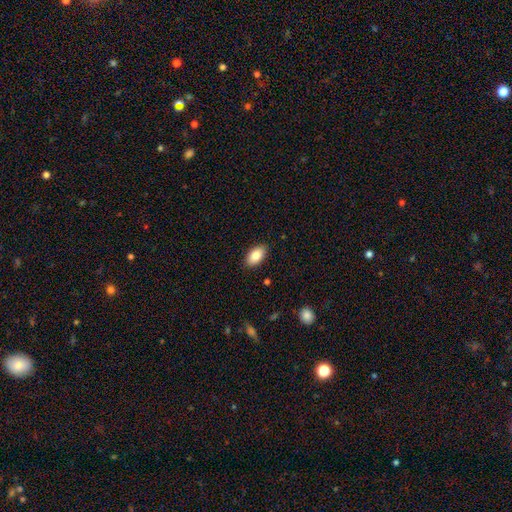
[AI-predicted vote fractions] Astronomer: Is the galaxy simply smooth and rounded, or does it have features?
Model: smooth — 84%.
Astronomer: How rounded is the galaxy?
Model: in between — 94%.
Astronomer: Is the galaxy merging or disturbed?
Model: none — 89%.